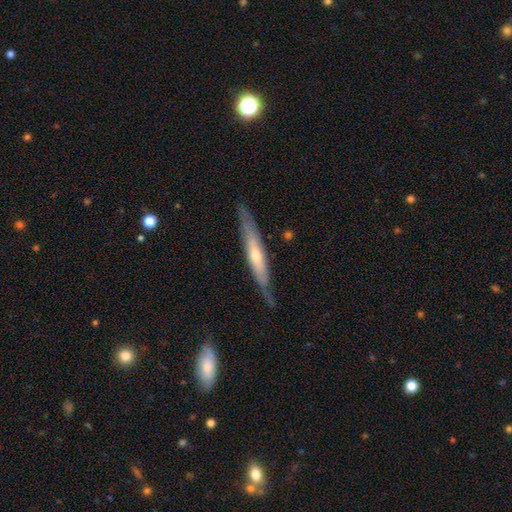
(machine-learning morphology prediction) A featured or disk galaxy (60%) viewed edge-on (80%). Merging: none (76%).